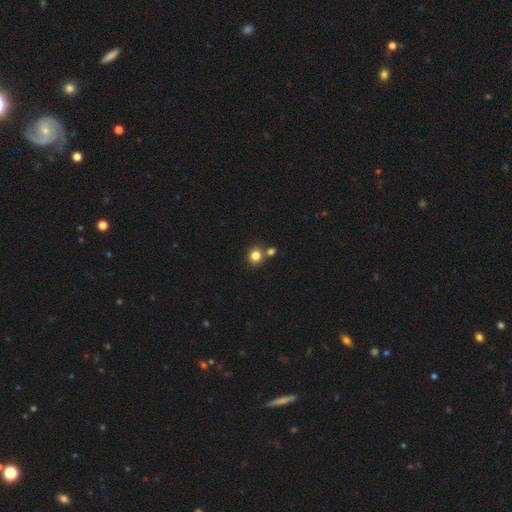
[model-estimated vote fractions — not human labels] Q: Smooth or featured?
A: smooth (82%); runner-up: star or artifact (12%)
Q: How rounded?
A: round (87%); runner-up: in between (12%)
Q: Merging?
A: none (70%); runner-up: merger (19%)